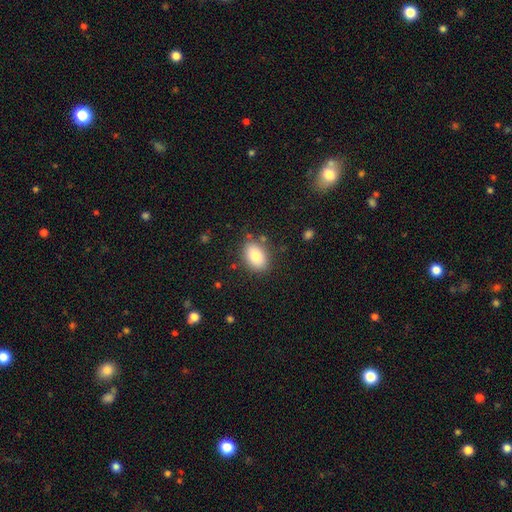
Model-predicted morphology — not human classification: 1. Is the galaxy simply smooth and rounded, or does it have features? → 82% smooth, 11% featured or disk, 8% star or artifact.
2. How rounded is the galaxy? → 84% in between, 14% round, 1% cigar-shaped.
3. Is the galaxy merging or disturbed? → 82% none, 12% minor disturbance, 3% major disturbance, 3% merger.